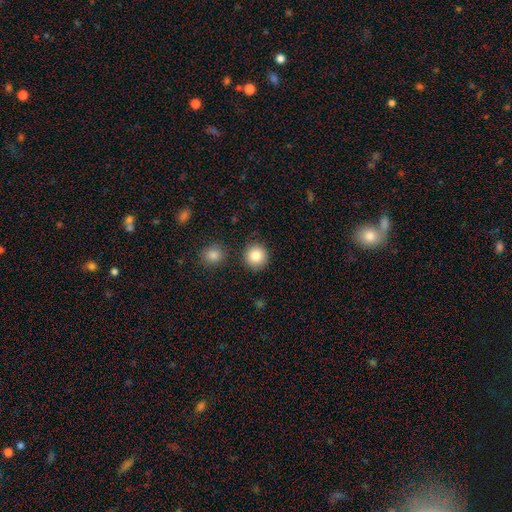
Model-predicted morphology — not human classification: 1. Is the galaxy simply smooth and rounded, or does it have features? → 85% smooth, 9% star or artifact, 6% featured or disk.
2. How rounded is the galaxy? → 94% round, 5% in between, 1% cigar-shaped.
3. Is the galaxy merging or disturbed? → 87% none, 7% minor disturbance, 4% merger, 2% major disturbance.